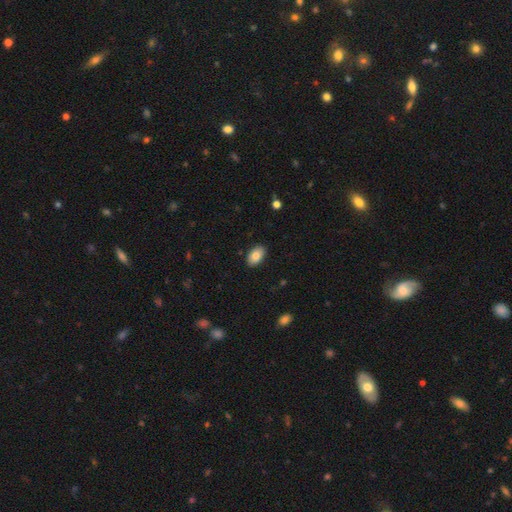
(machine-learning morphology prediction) Smooth or featured?
  - smooth: 81% *
  - featured or disk: 12%
  - star or artifact: 7%
How rounded?
  - in between: 93% *
  - round: 6%
  - cigar-shaped: 1%
Merging?
  - none: 89% *
  - minor disturbance: 8%
  - major disturbance: 2%
  - merger: 1%